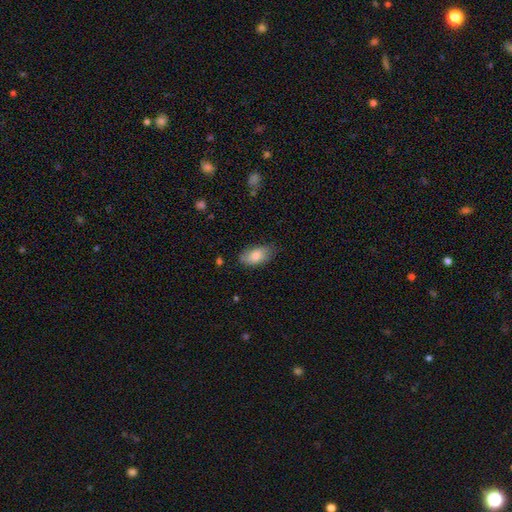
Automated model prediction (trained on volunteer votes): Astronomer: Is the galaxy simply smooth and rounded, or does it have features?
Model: smooth — 79%.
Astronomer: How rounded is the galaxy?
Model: in between — 93%.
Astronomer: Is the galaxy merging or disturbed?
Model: none — 73%.